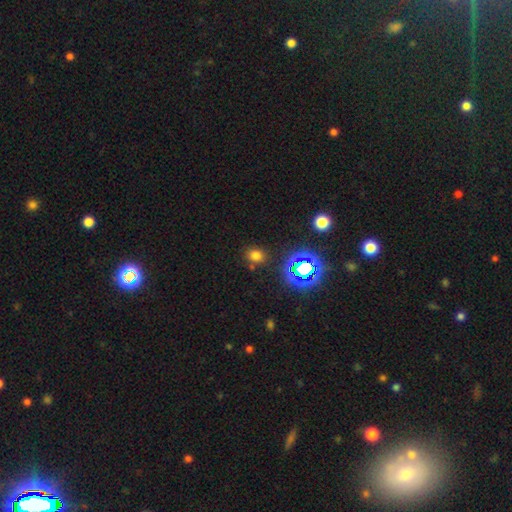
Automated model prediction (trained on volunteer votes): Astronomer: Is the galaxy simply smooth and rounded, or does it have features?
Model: smooth — 66%.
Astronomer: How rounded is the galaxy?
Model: round — 55% (runner-up: in between, 44%).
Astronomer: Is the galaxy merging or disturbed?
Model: none — 81%.